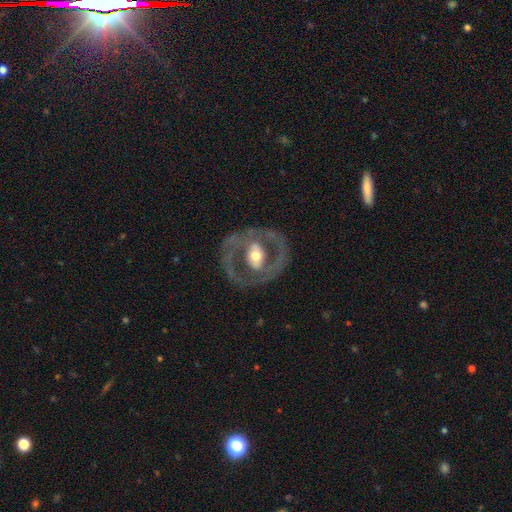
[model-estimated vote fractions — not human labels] A featured or disk galaxy (76%) with no bar (40%), no spiral arms (58%) and a moderate central bulge (68%). Merging: none (77%).